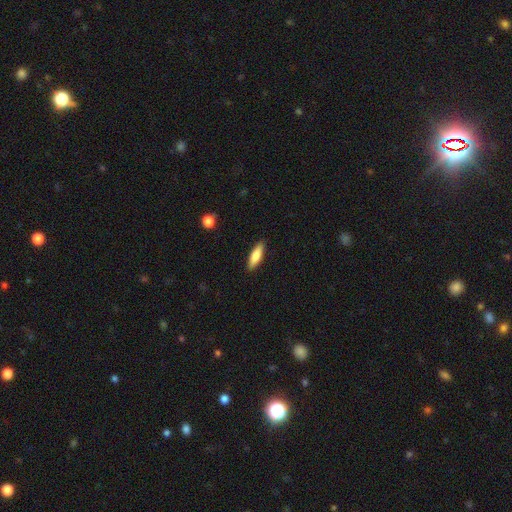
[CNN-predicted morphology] smooth-or-featured: smooth: 80% | featured or disk: 14% | star or artifact: 6%
  how-rounded: cigar-shaped: 54% | in between: 44% | round: 2%
  merging: none: 89% | minor disturbance: 8% | major disturbance: 2% | merger: 1%